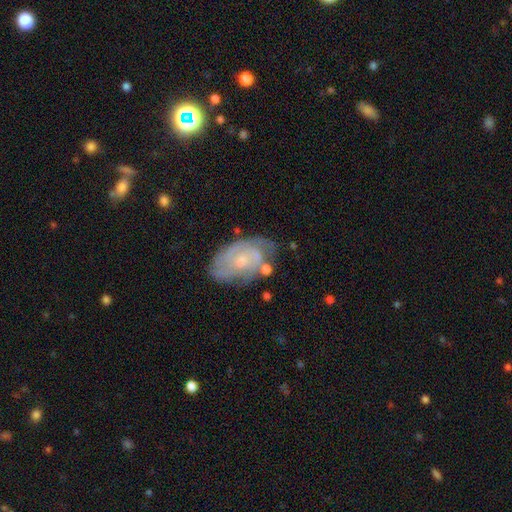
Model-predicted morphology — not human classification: Smooth or featured: featured or disk — 73% (smooth — 21%)
Edge-on disk: no — 97% (yes — 3%)
Bar: no — 66% (weak — 30%)
Spiral arms: yes — 87% (no — 13%)
Spiral winding: tight — 57% (medium — 33%)
Spiral arm count: can't tell — 38% (2 — 35%)
Bulge size: small — 65% (moderate — 24%)
Merging: none — 59% (minor disturbance — 25%)